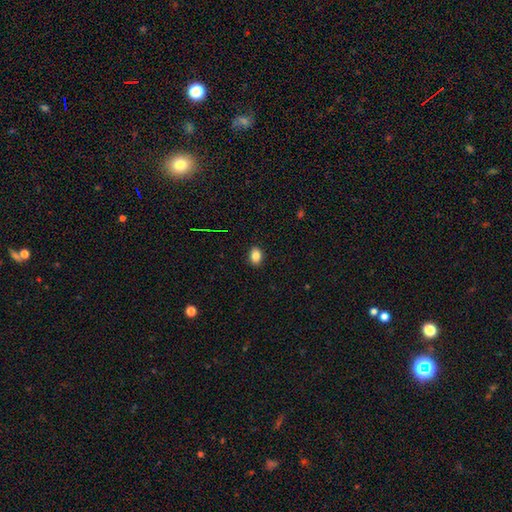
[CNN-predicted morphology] A smooth galaxy with no disk features (84%) that is in between round and cigar-shaped (76%). Merging: none (90%).